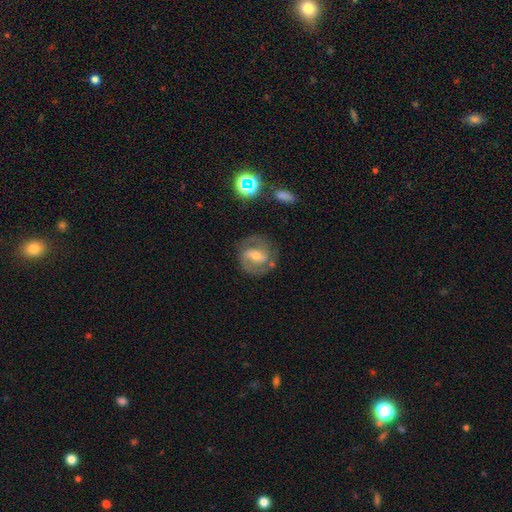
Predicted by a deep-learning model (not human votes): Morphology: type=featured or disk (81%); edge-on=no (97%); bar=weak (43%); spiral arms=yes (92%); winding=medium (54%); arm count=2 (88%); bulge=moderate (52%); merging=none (76%).